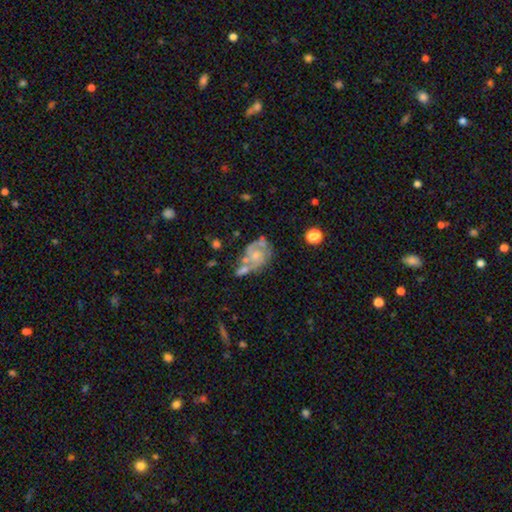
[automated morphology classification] Q: Smooth or featured?
A: featured or disk (73%); runner-up: smooth (20%)
Q: Edge-on disk?
A: no (98%); runner-up: yes (2%)
Q: Bar?
A: no (75%); runner-up: weak (21%)
Q: Spiral arms?
A: yes (80%); runner-up: no (20%)
Q: Spiral winding?
A: medium (45%); runner-up: tight (37%)
Q: Spiral arm count?
A: 2 (59%); runner-up: can't tell (20%)
Q: Bulge size?
A: small (49%); runner-up: moderate (32%)
Q: Merging?
A: none (37%); runner-up: merger (23%)